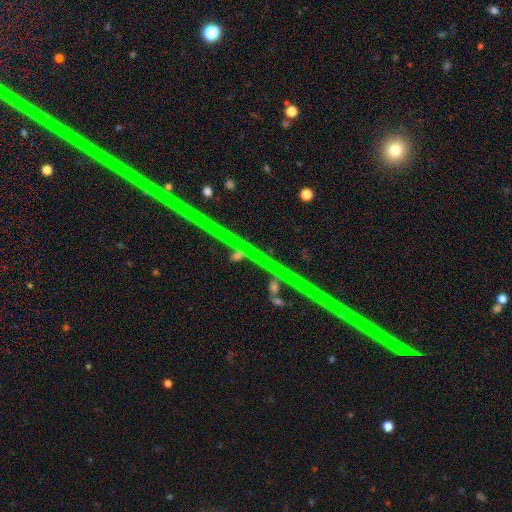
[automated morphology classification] type=star or artifact (84%).